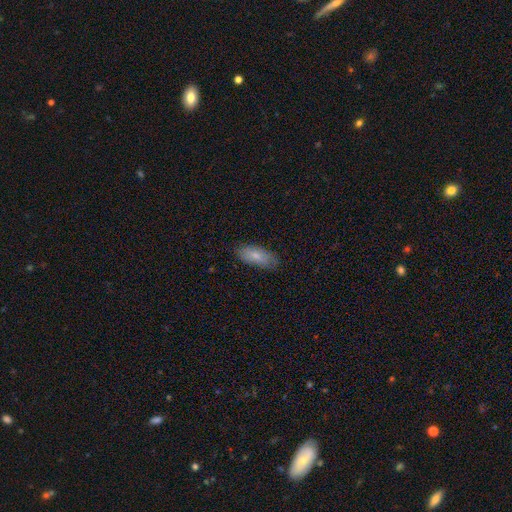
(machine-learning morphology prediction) A smooth galaxy with no disk features (75%) that is in between round and cigar-shaped (85%). Merging: none (79%).